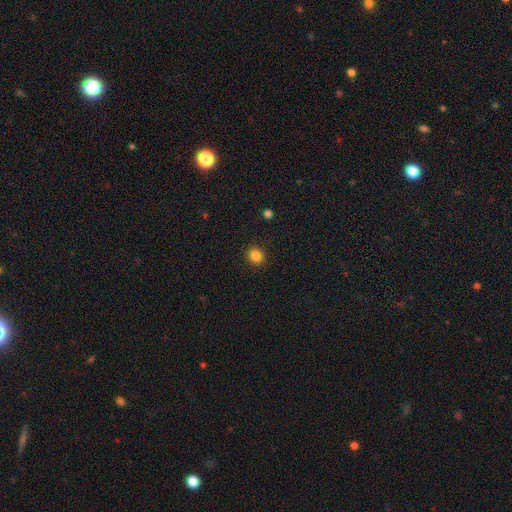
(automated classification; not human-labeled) Morphology: type=smooth (85%); roundness=round (86%); merging=none (91%).